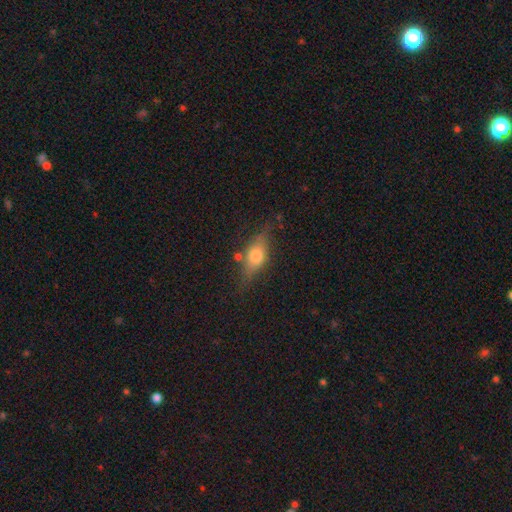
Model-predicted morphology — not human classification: type=featured or disk (46%); merging=none (75%).